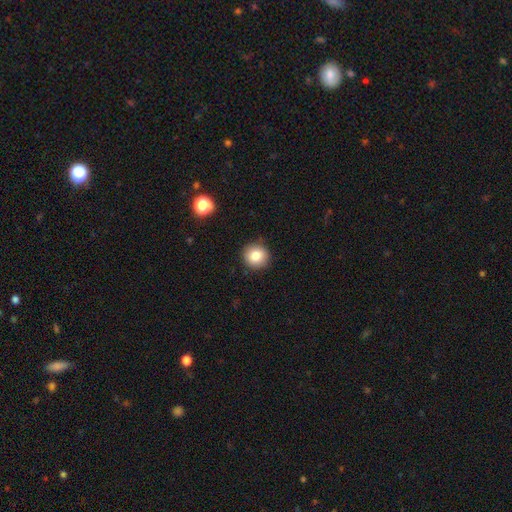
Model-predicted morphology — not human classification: smooth 83%, star or artifact 10%, featured or disk 7%. Down the decision tree: how rounded — round (92%); merging — none (89%).